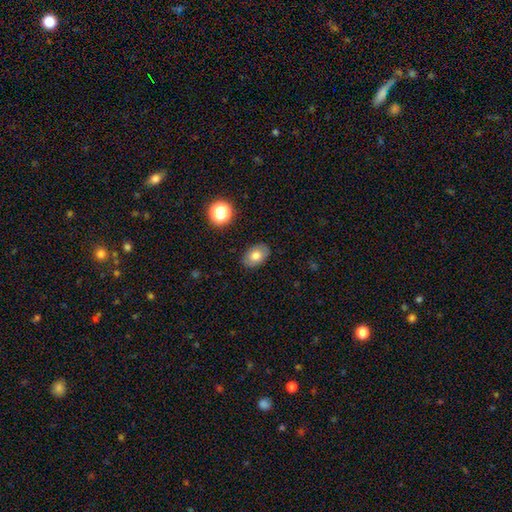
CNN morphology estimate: Smooth or featured?
  - smooth: 74% *
  - featured or disk: 17%
  - star or artifact: 9%
How rounded?
  - in between: 83% *
  - round: 16%
  - cigar-shaped: 1%
Merging?
  - none: 86% *
  - minor disturbance: 10%
  - major disturbance: 2%
  - merger: 1%